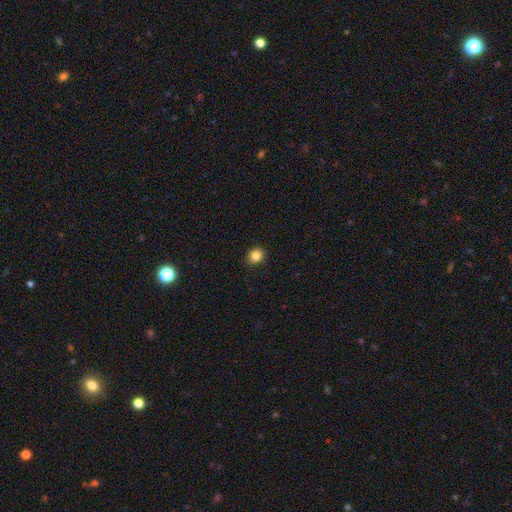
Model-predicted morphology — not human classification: smooth_or_featured: smooth (p=0.84) [alt: star or artifact p=0.11]
how_rounded: round (p=0.74) [alt: in between p=0.26]
merging: none (p=0.90) [alt: minor disturbance p=0.08]